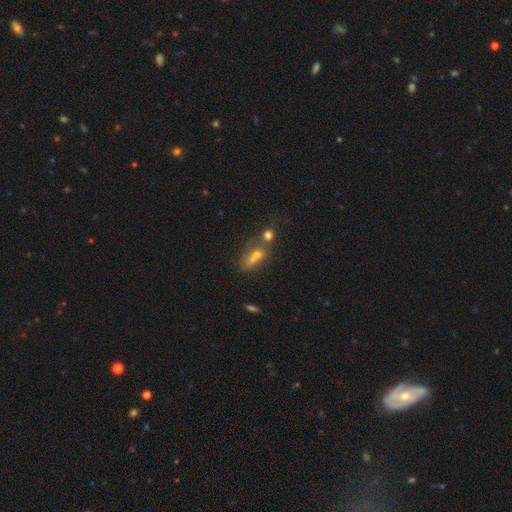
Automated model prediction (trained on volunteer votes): smooth-or-featured: smooth: 53% | featured or disk: 25% | star or artifact: 22%
  how-rounded: in between: 51% | round: 31% | cigar-shaped: 18%
  merging: merger: 48% | none: 32% | minor disturbance: 11% | major disturbance: 9%